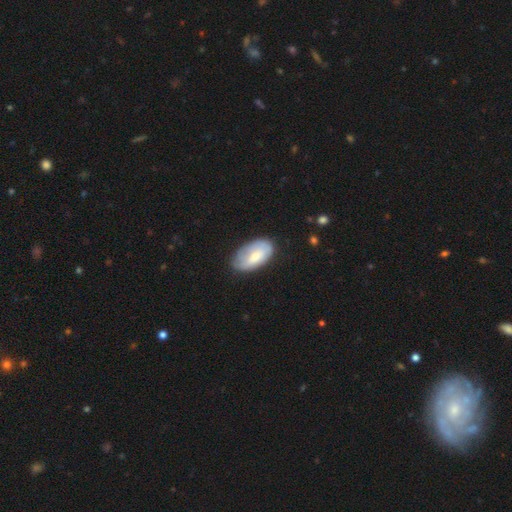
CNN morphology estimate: smooth 63%, featured or disk 31%, star or artifact 6%. Down the decision tree: how rounded — in between (94%); merging — none (67%).